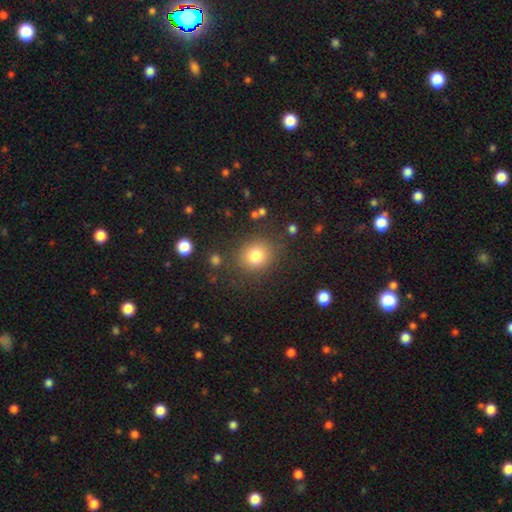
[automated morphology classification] A smooth galaxy with no disk features (80%) that is round (77%). Merging: none (82%).